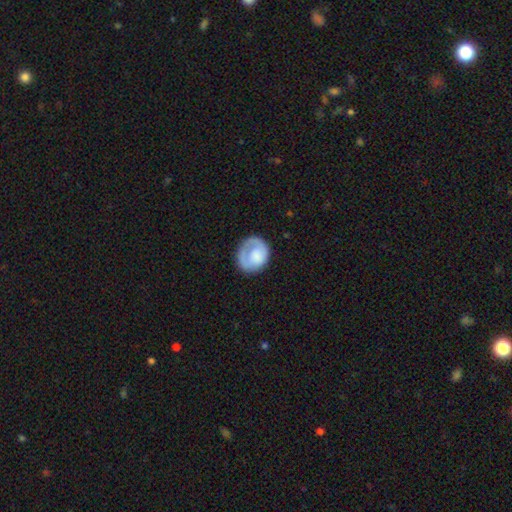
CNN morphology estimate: Smooth or featured?
  - smooth: 60% *
  - featured or disk: 34%
  - star or artifact: 6%
How rounded?
  - round: 69% *
  - in between: 30%
  - cigar-shaped: 1%
Merging?
  - none: 59% *
  - minor disturbance: 23%
  - major disturbance: 16%
  - merger: 2%